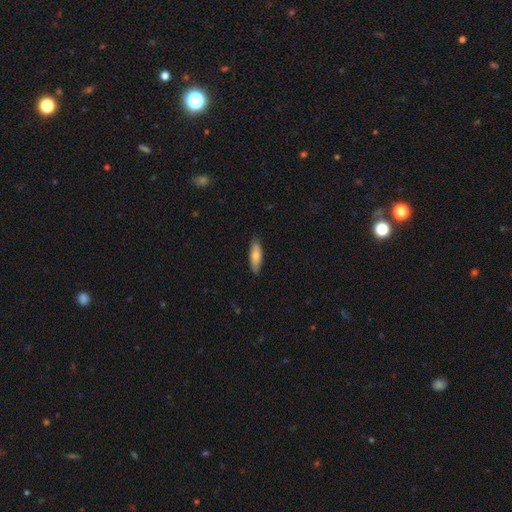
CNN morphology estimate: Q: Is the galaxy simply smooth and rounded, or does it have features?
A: smooth — 77%.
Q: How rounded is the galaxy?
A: in between — 50%.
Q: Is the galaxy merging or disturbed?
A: none — 85%.